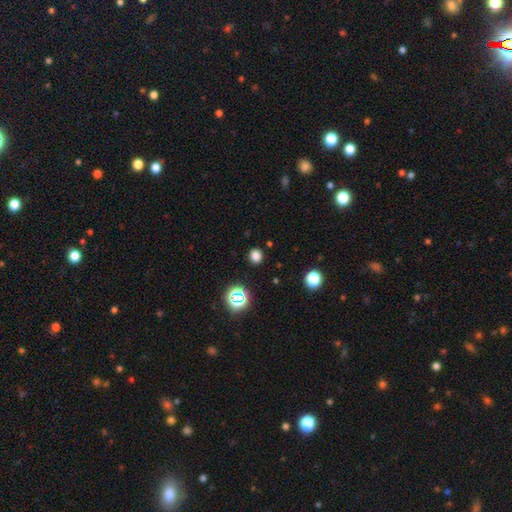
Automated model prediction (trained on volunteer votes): The model was most divided on "how rounded": round: 79%, in between: 20%, cigar-shaped: 1%. More confident: merging — none (90%); smooth or featured — smooth (78%).